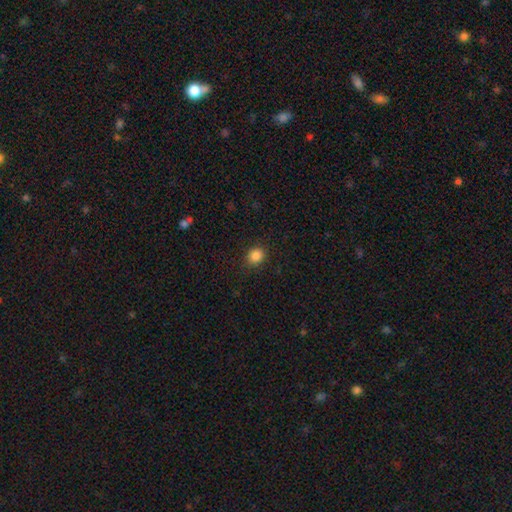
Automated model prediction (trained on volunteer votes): smooth_or_featured: smooth (p=0.86) [alt: star or artifact p=0.10]
how_rounded: round (p=0.63) [alt: in between p=0.37]
merging: none (p=0.88) [alt: minor disturbance p=0.08]